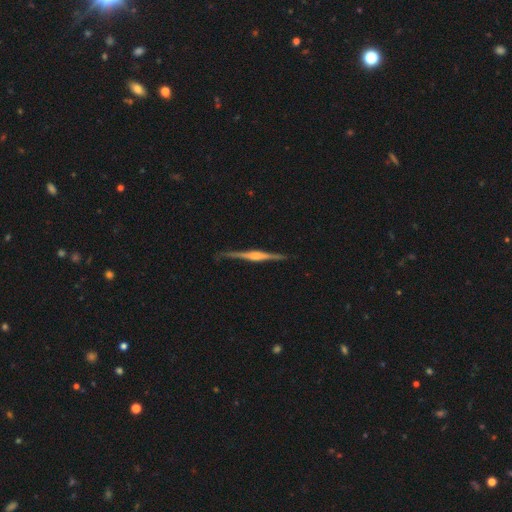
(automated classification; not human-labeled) This appears to be a featured or disk galaxy (83%) viewed edge-on (98%) with a rounded central bulge (68%). Merging: none (87%).